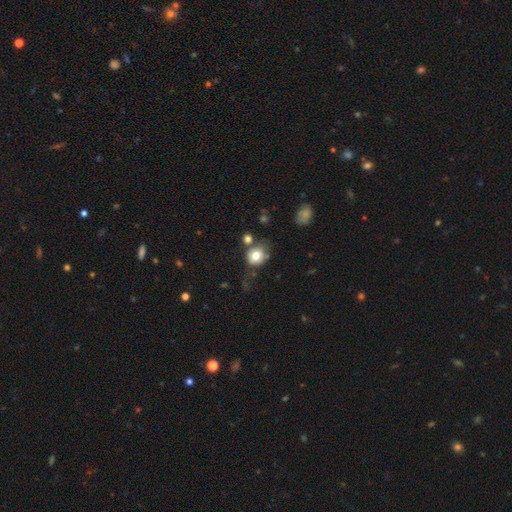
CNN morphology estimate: smooth-or-featured: smooth: 77% | featured or disk: 13% | star or artifact: 10%
  how-rounded: round: 66% | in between: 33% | cigar-shaped: 1%
  merging: none: 56% | minor disturbance: 21% | merger: 13% | major disturbance: 10%